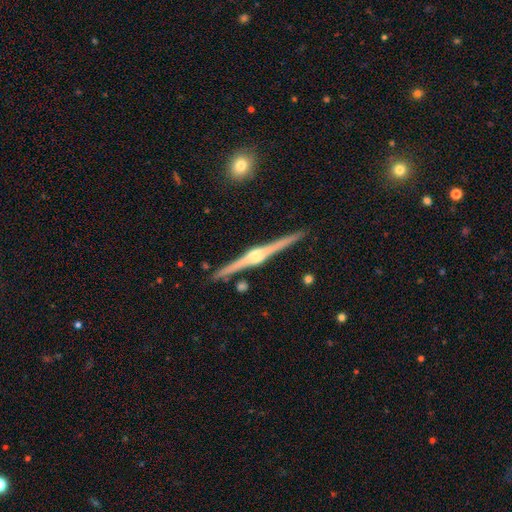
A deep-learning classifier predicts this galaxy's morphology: Overall: featured or disk (89%). Edge-on disk: yes (99%). Edge-on bulge: rounded (92%). Merging: none (92%).